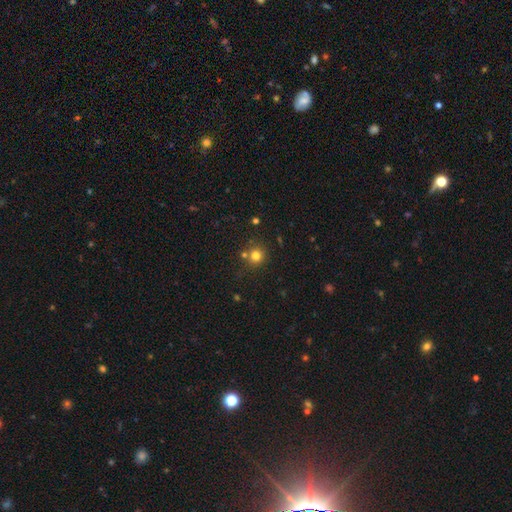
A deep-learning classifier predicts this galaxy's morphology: A smooth galaxy with no disk features (77%) that is round (92%). Merging: none (74%).